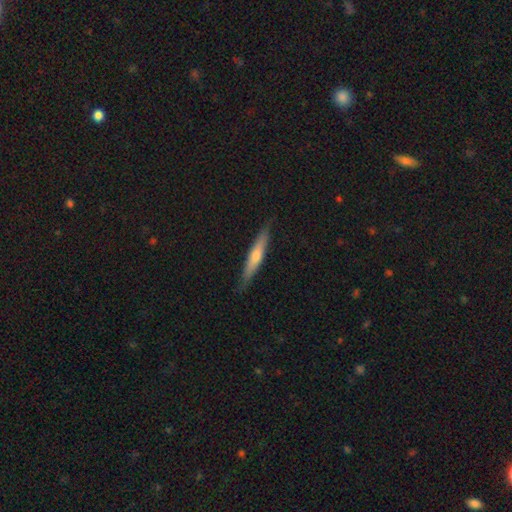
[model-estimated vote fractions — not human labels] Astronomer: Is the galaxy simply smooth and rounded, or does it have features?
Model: featured or disk — 52% (runner-up: smooth, 42%).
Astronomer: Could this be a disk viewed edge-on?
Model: yes — 94%.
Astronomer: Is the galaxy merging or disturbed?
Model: none — 87%.